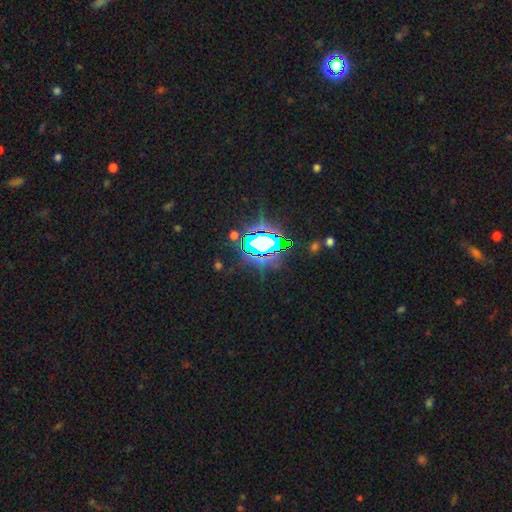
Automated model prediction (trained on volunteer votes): A star or artifact, not a galaxy (75%).

Vote fractions:
- Smooth or featured? star or artifact: 75% / smooth: 14% / featured or disk: 11%